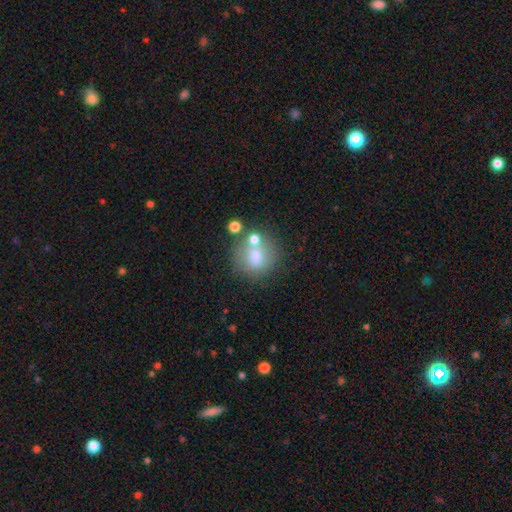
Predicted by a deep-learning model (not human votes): Smooth or featured: smooth — 68% (featured or disk — 19%)
How rounded: round — 88% (in between — 11%)
Merging: none — 62% (merger — 20%)